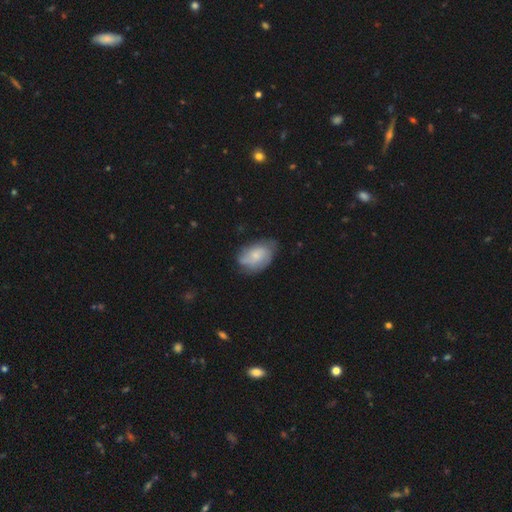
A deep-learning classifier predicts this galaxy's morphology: This appears to be a smooth galaxy with no disk features (55%) that is in between round and cigar-shaped (87%). Merging: none (58%).